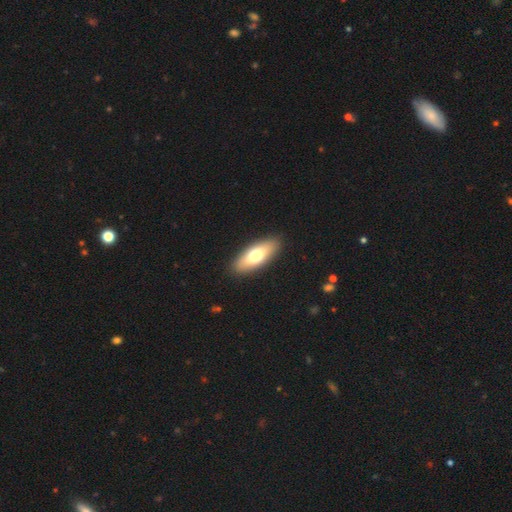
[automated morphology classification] type=smooth (68%); roundness=in between (73%); merging=none (90%).